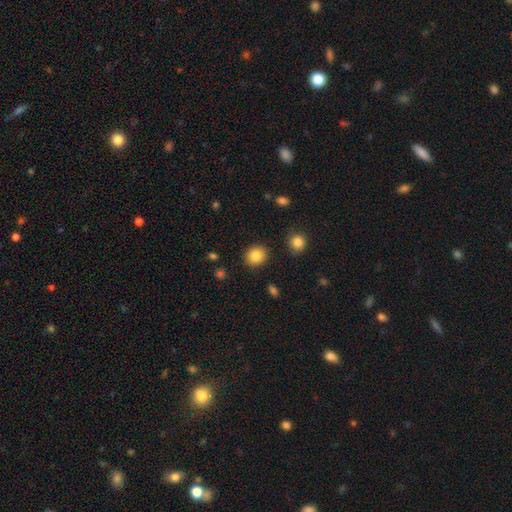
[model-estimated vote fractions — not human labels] Smooth or featured? Predicted: smooth (p=0.85). How rounded? Predicted: round (p=0.76). Merging? Predicted: none (p=0.89).